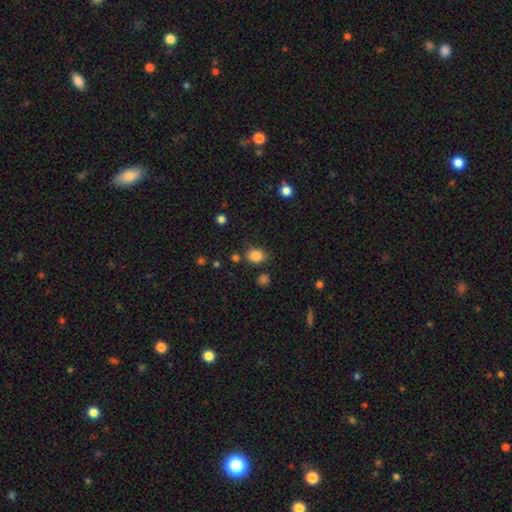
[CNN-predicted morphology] type=smooth (84%); roundness=round (55%); merging=none (76%).